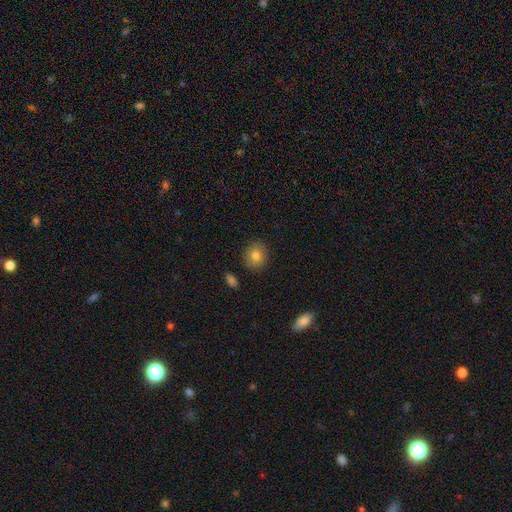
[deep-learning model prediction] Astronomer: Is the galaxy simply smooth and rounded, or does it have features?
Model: smooth — 80%.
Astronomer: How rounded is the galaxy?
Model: round — 80%.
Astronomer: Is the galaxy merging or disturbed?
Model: none — 88%.